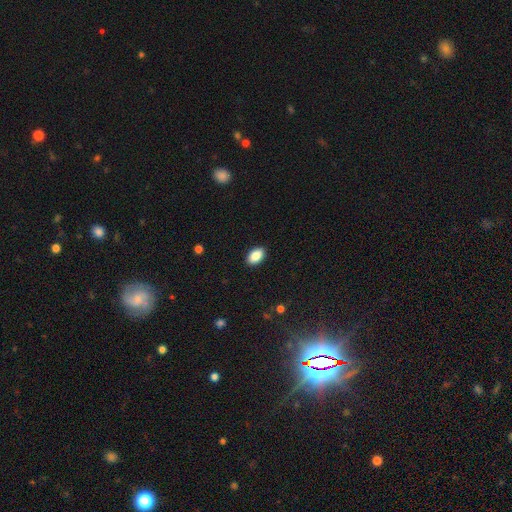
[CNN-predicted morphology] smooth_or_featured: smooth (p=0.87) [alt: star or artifact p=0.07]
how_rounded: in between (p=0.92) [alt: round p=0.06]
merging: none (p=0.90) [alt: minor disturbance p=0.07]